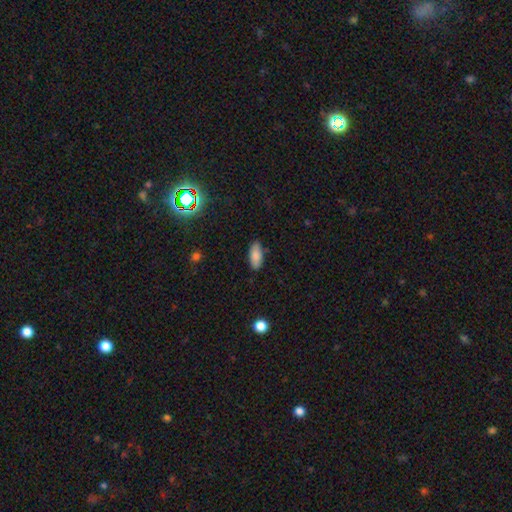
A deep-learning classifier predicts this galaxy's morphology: Smooth or featured? Predicted: smooth (p=0.83). How rounded? Predicted: in between (p=0.86). Merging? Predicted: none (p=0.83).